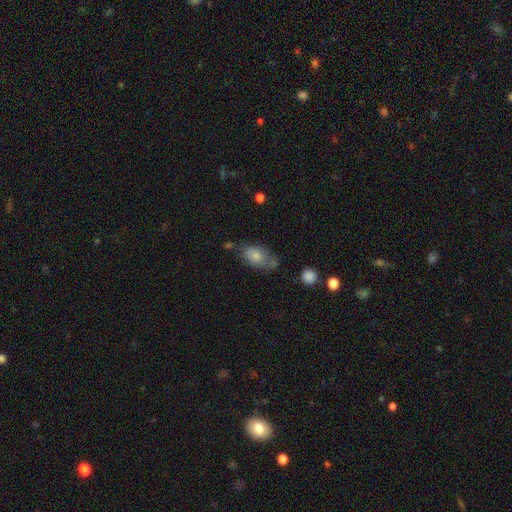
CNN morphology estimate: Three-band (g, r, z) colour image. It shows a smooth galaxy with no disk features (76%) that is in between round and cigar-shaped (89%). Merging: none (50%).